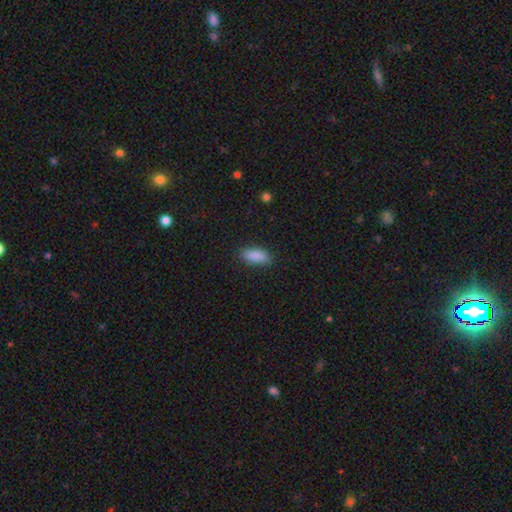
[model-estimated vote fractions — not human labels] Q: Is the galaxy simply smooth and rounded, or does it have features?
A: smooth — 88%.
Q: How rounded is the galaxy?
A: in between — 83%.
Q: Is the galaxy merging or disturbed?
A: none — 83%.